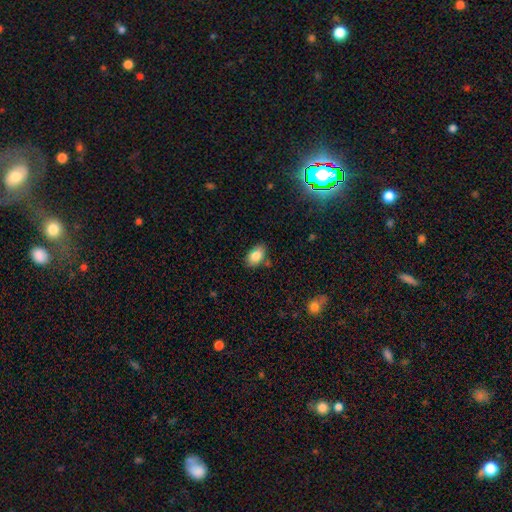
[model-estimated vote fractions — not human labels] Smooth or featured: smooth — 83% (star or artifact — 8%)
How rounded: in between — 88% (round — 10%)
Merging: none — 77% (minor disturbance — 16%)